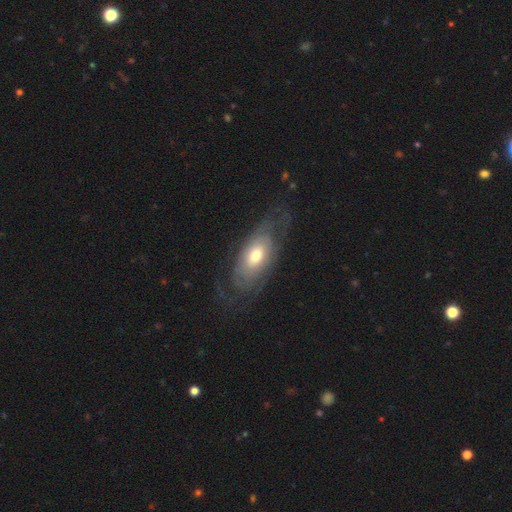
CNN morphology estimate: type=featured or disk (66%); edge-on=no (88%); bar=no (77%); spiral arms=yes (72%); bulge=moderate (67%); merging=none (65%).